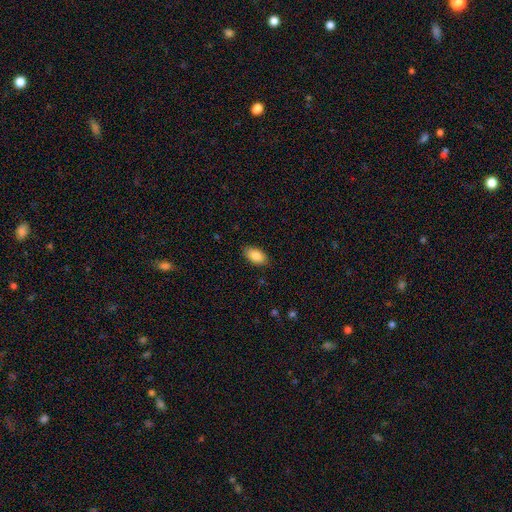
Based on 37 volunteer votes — A smooth galaxy with no disk features (86%) that is in between round and cigar-shaped (100%). Merging: none (92%).